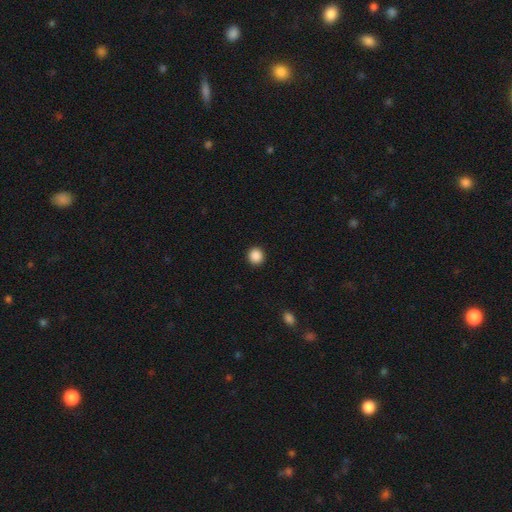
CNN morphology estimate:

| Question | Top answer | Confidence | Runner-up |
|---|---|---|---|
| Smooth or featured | smooth | 89% | star or artifact (9%) |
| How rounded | round | 91% | in between (8%) |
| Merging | none | 93% | minor disturbance (4%) |